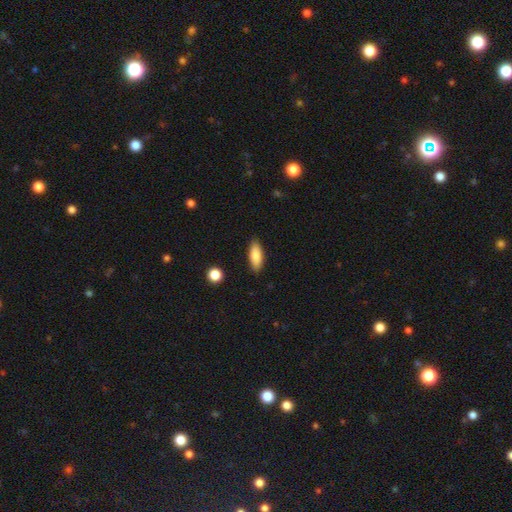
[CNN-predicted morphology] smooth-or-featured: smooth: 84% | featured or disk: 10% | star or artifact: 6%
  how-rounded: in between: 73% | cigar-shaped: 25% | round: 2%
  merging: none: 87% | minor disturbance: 9% | major disturbance: 2% | merger: 1%